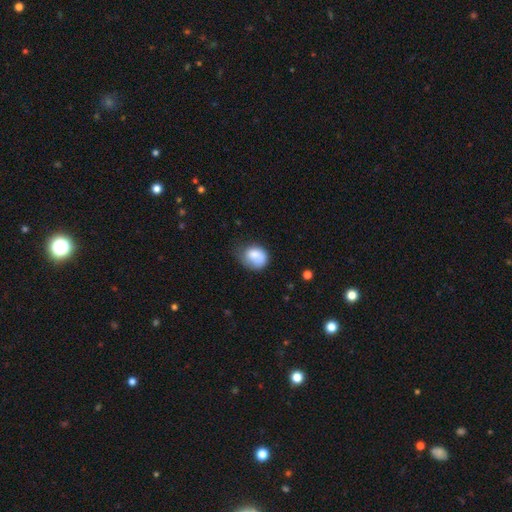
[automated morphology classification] Q: Smooth or featured?
A: smooth (76%); runner-up: featured or disk (16%)
Q: How rounded?
A: round (50%); runner-up: in between (49%)
Q: Merging?
A: none (41%); runner-up: minor disturbance (34%)